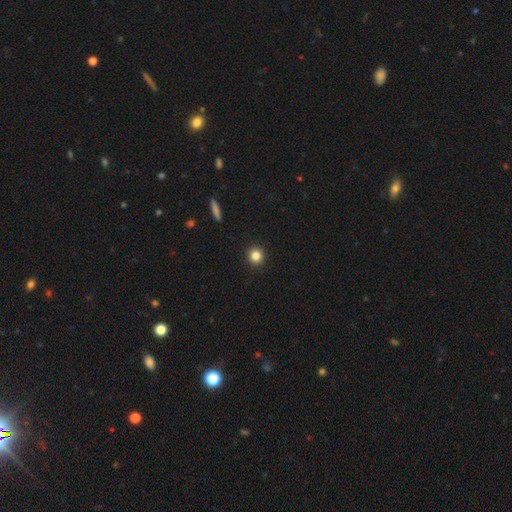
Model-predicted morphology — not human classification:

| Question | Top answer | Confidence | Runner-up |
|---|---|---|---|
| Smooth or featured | smooth | 83% | star or artifact (12%) |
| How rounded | round | 93% | in between (6%) |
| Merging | none | 93% | minor disturbance (5%) |